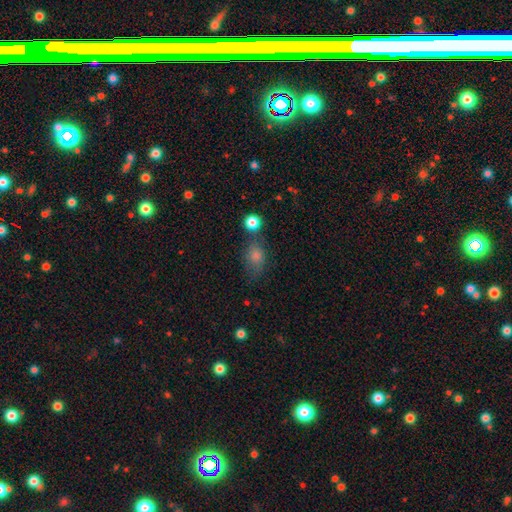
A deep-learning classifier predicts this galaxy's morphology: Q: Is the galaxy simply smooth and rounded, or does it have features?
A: smooth — 66%.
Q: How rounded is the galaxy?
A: in between — 66%.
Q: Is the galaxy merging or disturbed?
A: none — 65%.